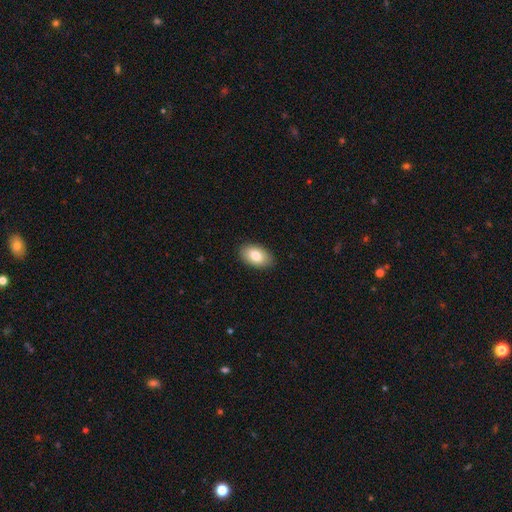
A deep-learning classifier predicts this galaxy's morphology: smooth_or_featured: smooth (p=0.82) [alt: featured or disk p=0.11]
how_rounded: in between (p=0.93) [alt: round p=0.05]
merging: none (p=0.89) [alt: minor disturbance p=0.08]